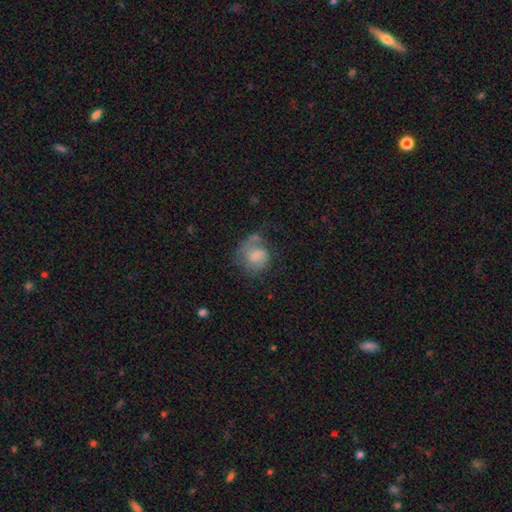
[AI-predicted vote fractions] A featured or disk galaxy (53%) with no bar (58%), spiral arms (83%) and a small central bulge (37%). Merging: none (44%).